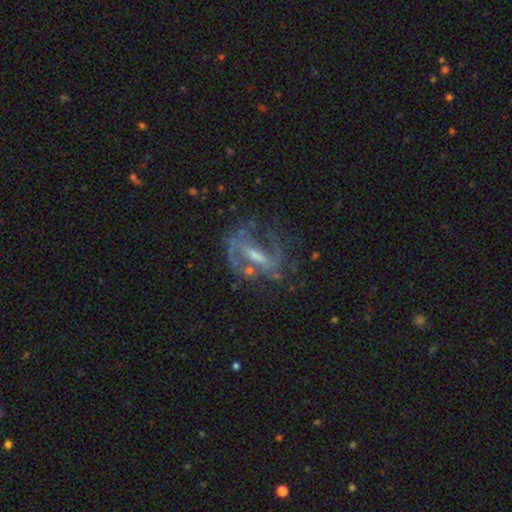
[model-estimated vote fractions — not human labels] featured or disk 81%, smooth 10%, star or artifact 9%. Down the decision tree: edge-on disk — no (92%); bar — strong (47%); spiral arms — yes (81%); spiral arm count — 2 (67%); spiral winding — medium (48%); bulge size — small (44%); merging — none (54%).